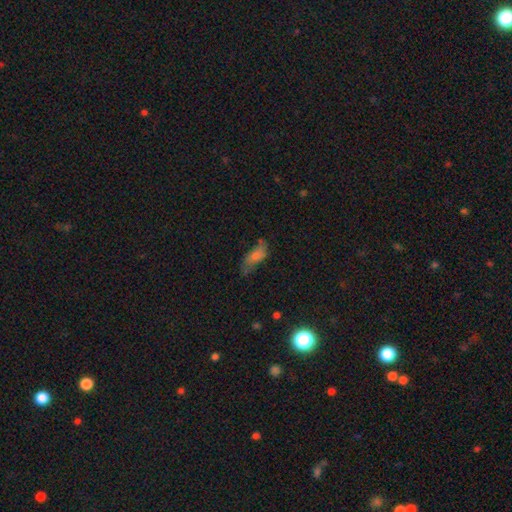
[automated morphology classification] Overall: smooth (55%; featured or disk 32%). How rounded: in between (67%; cigar-shaped 28%). Merging: none (60%; minor disturbance 27%).